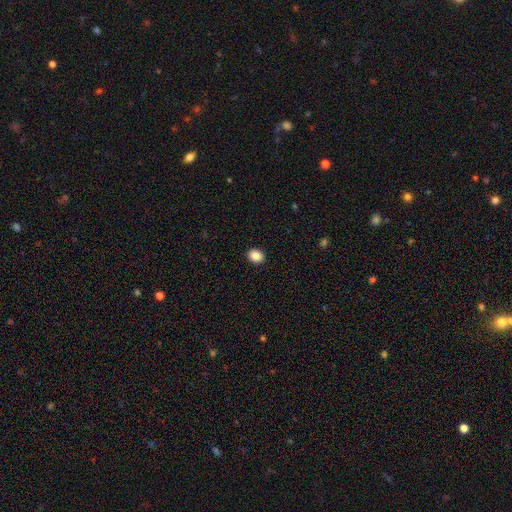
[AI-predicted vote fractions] Smooth or featured? Predicted: smooth (p=0.87). How rounded? Predicted: in between (p=0.51). Merging? Predicted: none (p=0.92).